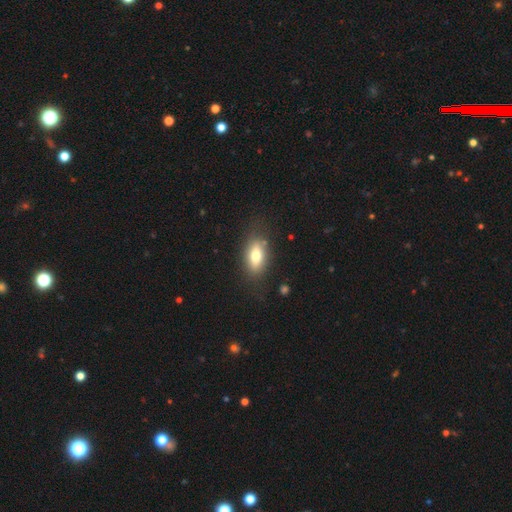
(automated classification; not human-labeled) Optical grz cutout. It shows a smooth galaxy with no disk features (69%) that is in between round and cigar-shaped (82%). Merging: none (77%).